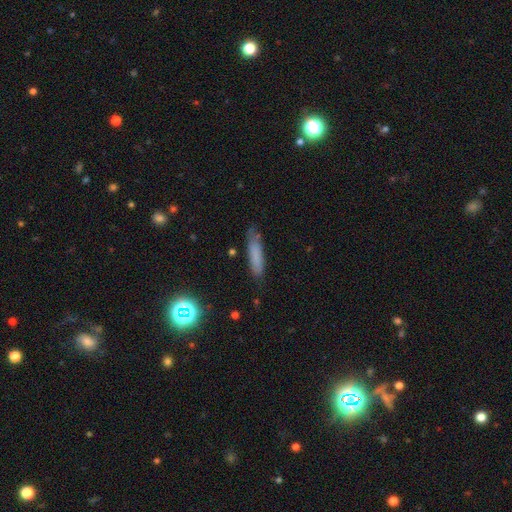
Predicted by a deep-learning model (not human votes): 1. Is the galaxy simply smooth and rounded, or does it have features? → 76% smooth, 14% featured or disk, 10% star or artifact.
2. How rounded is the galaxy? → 78% cigar-shaped, 20% in between, 2% round.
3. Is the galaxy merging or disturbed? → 73% none, 20% minor disturbance, 5% major disturbance, 2% merger.